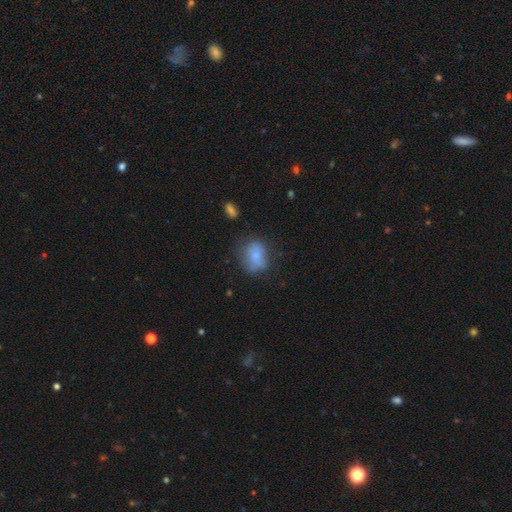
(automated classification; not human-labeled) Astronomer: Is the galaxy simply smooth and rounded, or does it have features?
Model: smooth — 72%.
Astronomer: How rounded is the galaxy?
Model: round — 50% (runner-up: in between, 48%).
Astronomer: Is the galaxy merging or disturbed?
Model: none — 53% (runner-up: minor disturbance, 29%).